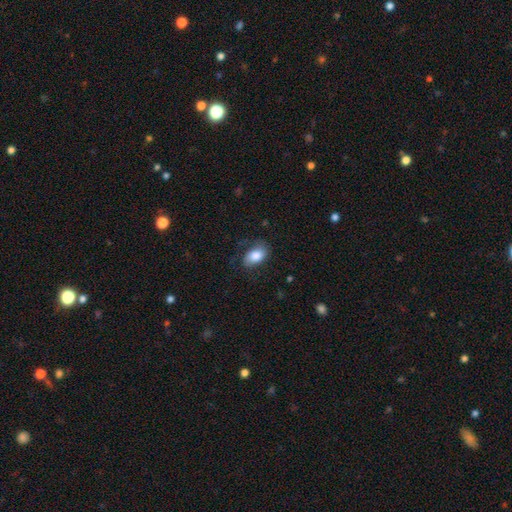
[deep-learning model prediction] smooth 80%, featured or disk 13%, star or artifact 7%. Down the decision tree: how rounded — in between (88%); merging — none (65%).